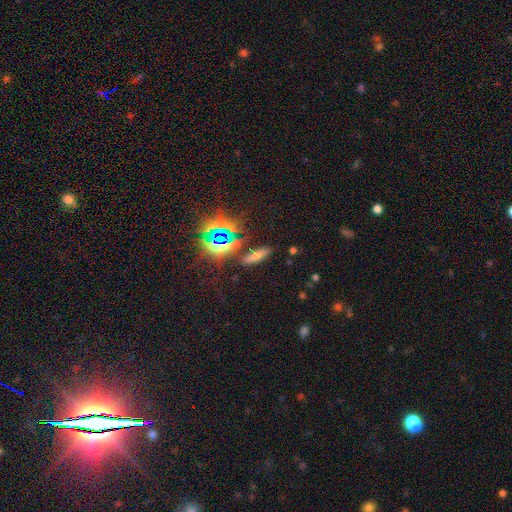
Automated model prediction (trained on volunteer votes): Morphology: type=smooth (57%); roundness=cigar-shaped (54%); merging=none (81%).